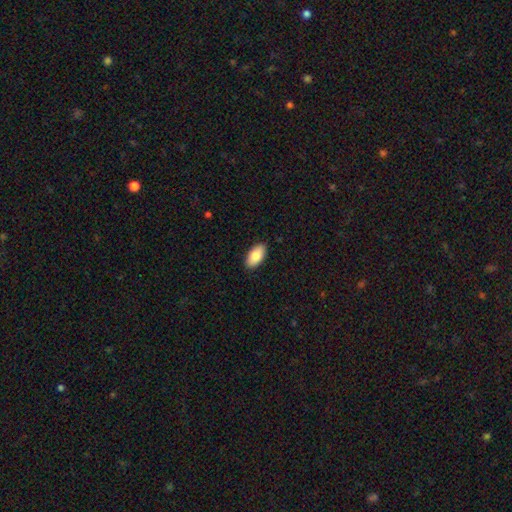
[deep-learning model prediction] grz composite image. It shows a smooth galaxy with no disk features (86%) that is in between round and cigar-shaped (94%). Merging: none (89%).